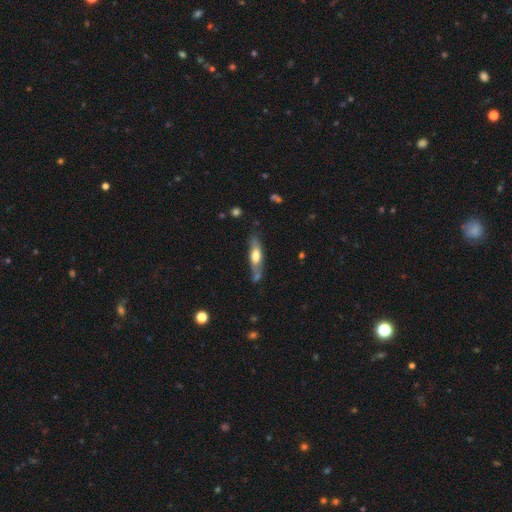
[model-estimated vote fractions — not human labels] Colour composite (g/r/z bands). It shows a smooth galaxy with no disk features (52%) that is cigar-shaped (62%). Merging: none (62%).